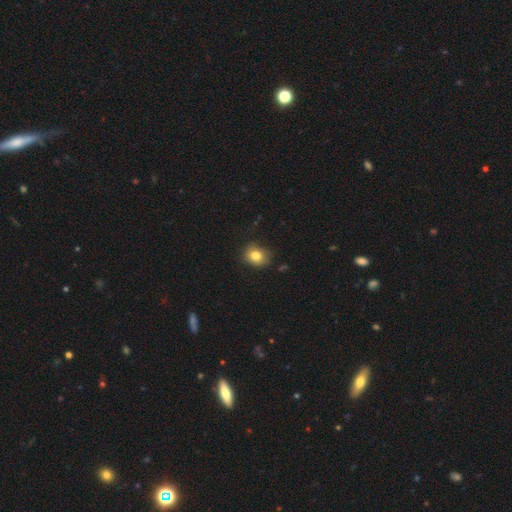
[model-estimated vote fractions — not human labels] A smooth galaxy with no disk features (80%) that is round (64%).

Vote fractions:
- Smooth or featured? smooth: 80% / star or artifact: 11% / featured or disk: 9%
- How rounded? round: 64% / in between: 35% / cigar-shaped: 1%
- Merging? none: 76% / minor disturbance: 18% / major disturbance: 4% / merger: 2%